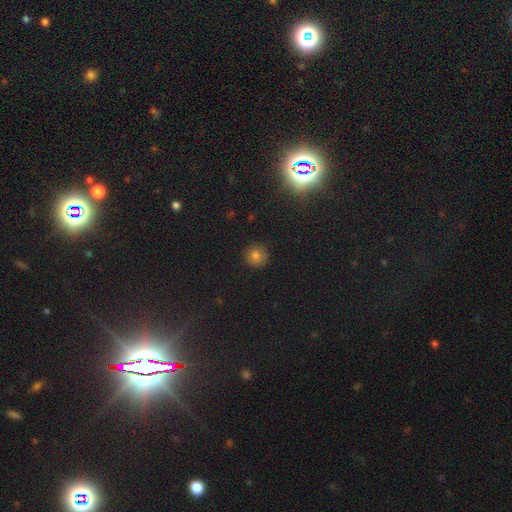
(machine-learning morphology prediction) smooth 71%, star or artifact 21%, featured or disk 8%. Down the decision tree: how rounded — round (93%); merging — none (88%).